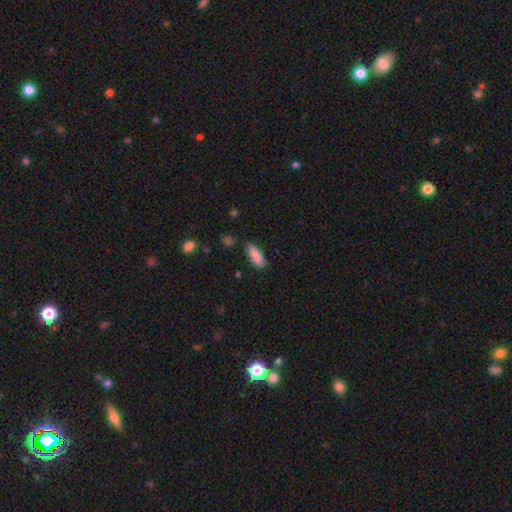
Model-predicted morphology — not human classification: The model was most divided on "how rounded": in between: 68%, cigar-shaped: 30%, round: 2%. More confident: smooth or featured — smooth (88%); merging — none (78%).